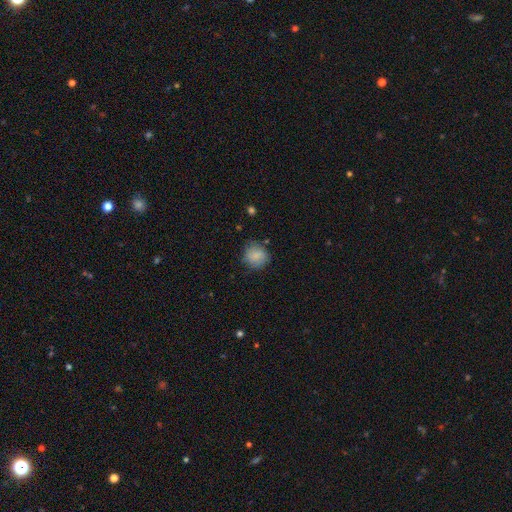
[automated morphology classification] The model was most divided on "merging": none: 74%, minor disturbance: 19%, major disturbance: 5%, merger: 2%. More confident: smooth or featured — smooth (83%); how rounded — round (83%).